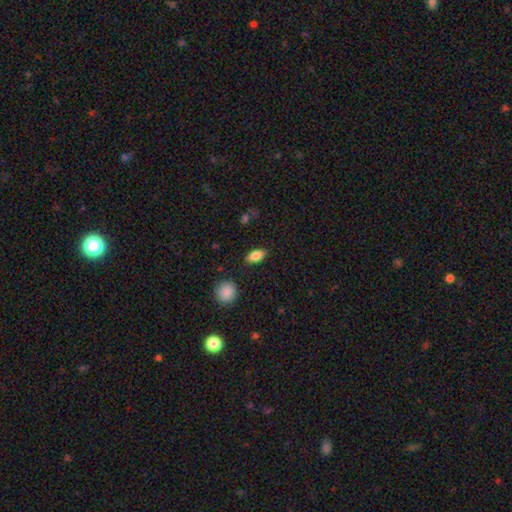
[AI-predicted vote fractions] Morphology: type=smooth (84%); roundness=in between (88%); merging=none (86%).